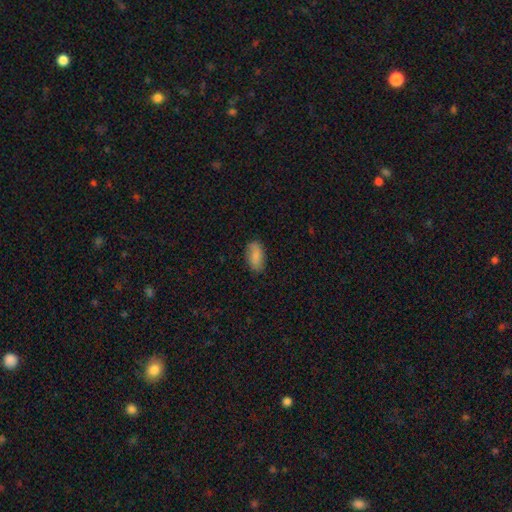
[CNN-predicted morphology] smooth_or_featured: smooth (p=0.80) [alt: featured or disk p=0.13]
how_rounded: in between (p=0.92) [alt: round p=0.04]
merging: none (p=0.80) [alt: minor disturbance p=0.15]